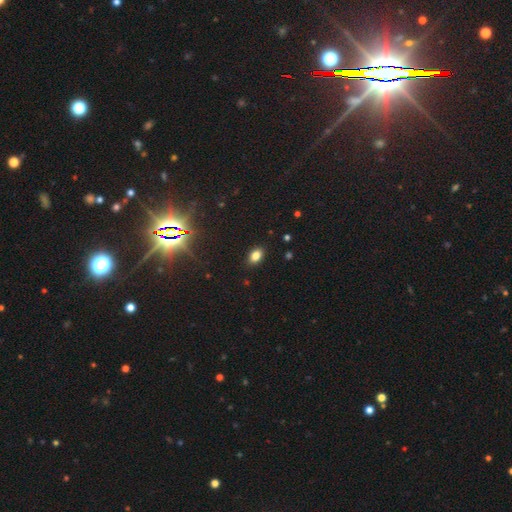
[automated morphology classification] smooth_or_featured: smooth (p=0.80) [alt: star or artifact p=0.13]
how_rounded: in between (p=0.85) [alt: round p=0.13]
merging: none (p=0.88) [alt: minor disturbance p=0.08]